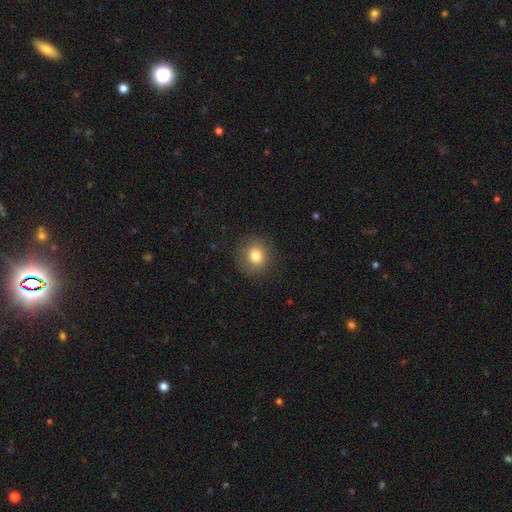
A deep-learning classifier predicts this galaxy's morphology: Overall: smooth (80%). How rounded: round (87%). Merging: none (88%).